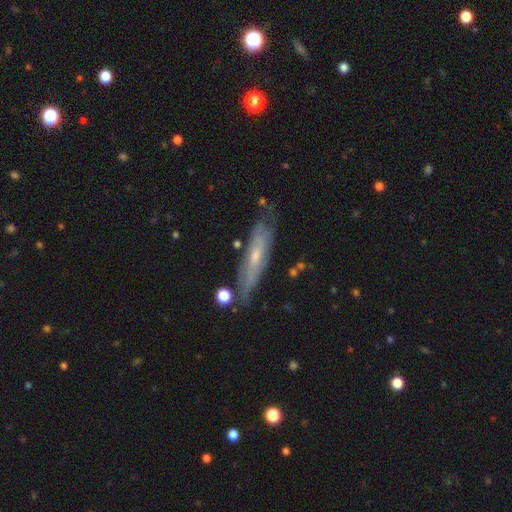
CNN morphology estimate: This is likely a featured or disk galaxy (67%). It is possibly not viewed edge-on (51%). Merging: likely none (70%).